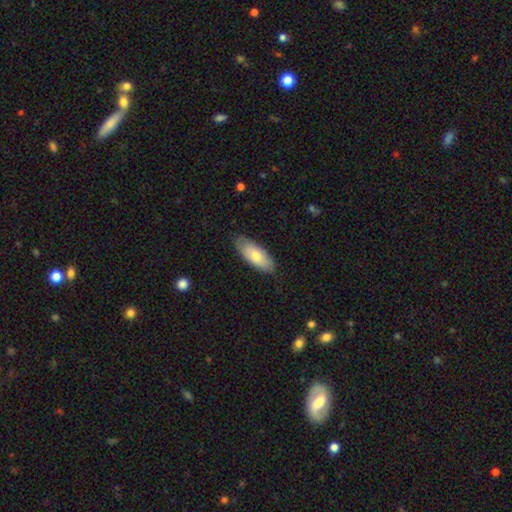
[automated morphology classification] smooth-or-featured: smooth: 72% | featured or disk: 22% | star or artifact: 6%
  how-rounded: in between: 81% | cigar-shaped: 16% | round: 2%
  merging: none: 81% | minor disturbance: 15% | major disturbance: 3% | merger: 1%